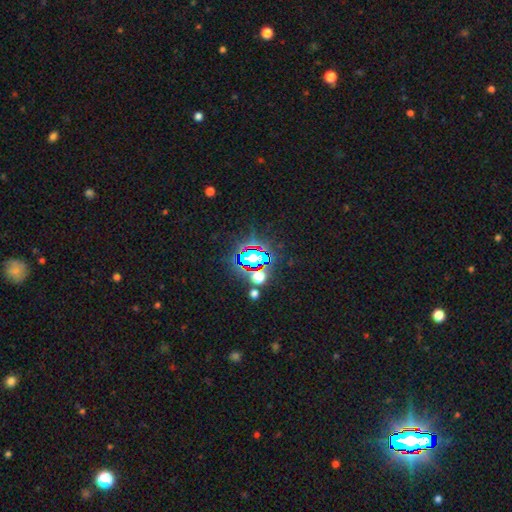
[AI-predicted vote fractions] The model was most divided on "smooth or featured": star or artifact: 71%, smooth: 20%, featured or disk: 10%.